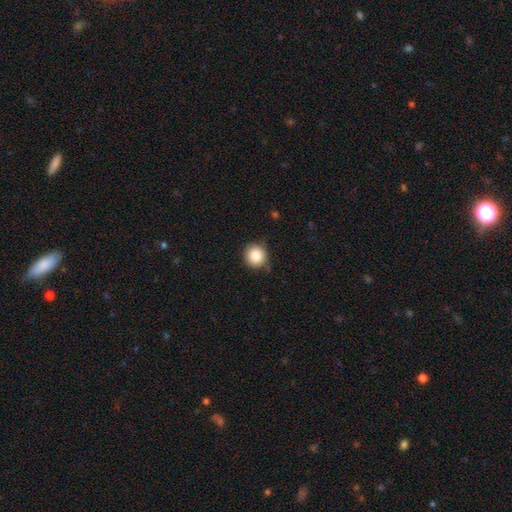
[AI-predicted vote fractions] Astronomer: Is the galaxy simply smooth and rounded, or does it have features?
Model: smooth — 86%.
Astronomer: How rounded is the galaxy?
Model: round — 93%.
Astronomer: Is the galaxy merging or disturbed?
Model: none — 80%.